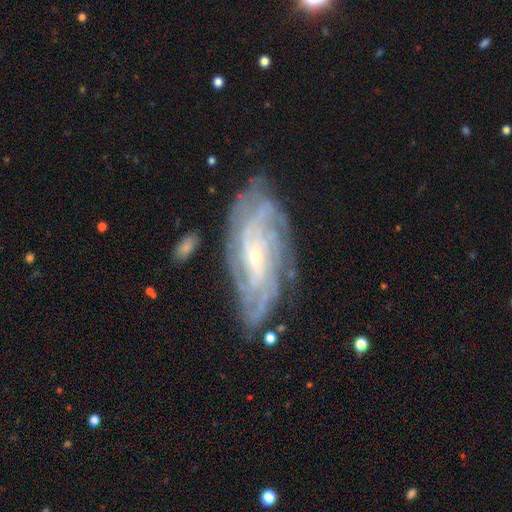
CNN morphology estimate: Smooth or featured?
  - featured or disk: 88% *
  - smooth: 6%
  - star or artifact: 6%
Edge-on disk?
  - no: 93% *
  - yes: 7%
Bar?
  - no: 62% *
  - weak: 28%
  - strong: 9%
Spiral arms?
  - yes: 97% *
  - no: 3%
Spiral winding?
  - tight: 68% *
  - medium: 26%
  - loose: 6%
Spiral arm count?
  - can't tell: 28% * (tied)
  - 4: 28% * (tied)
  - more than 4: 15%
  - 3: 13%
  - 2: 10%
  - 1: 6%
Bulge size?
  - small: 82% *
  - moderate: 14%
  - none: 2%
  - large: 1%
  - dominant: 1%
Merging?
  - none: 76% *
  - minor disturbance: 16%
  - major disturbance: 5%
  - merger: 2%